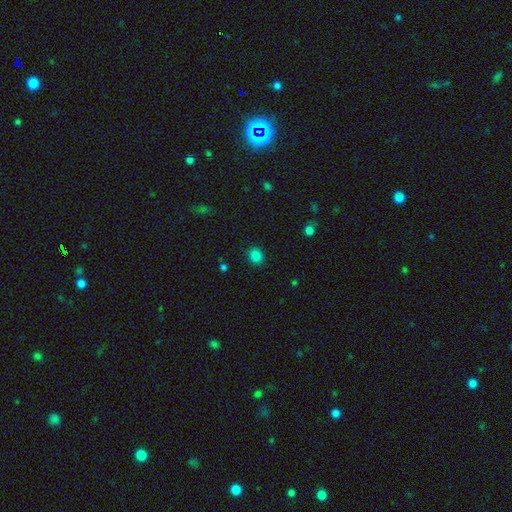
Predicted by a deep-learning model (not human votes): smooth_or_featured: smooth (p=0.83) [alt: star or artifact p=0.13]
how_rounded: round (p=0.70) [alt: in between p=0.29]
merging: none (p=0.89) [alt: minor disturbance p=0.08]